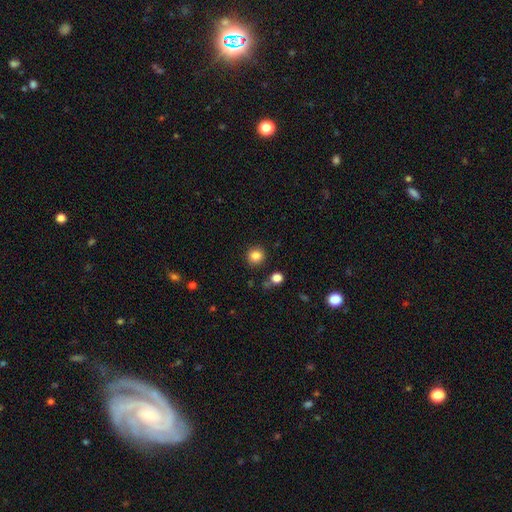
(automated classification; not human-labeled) A smooth galaxy with no disk features (85%) that is round (92%). Merging: none (87%).